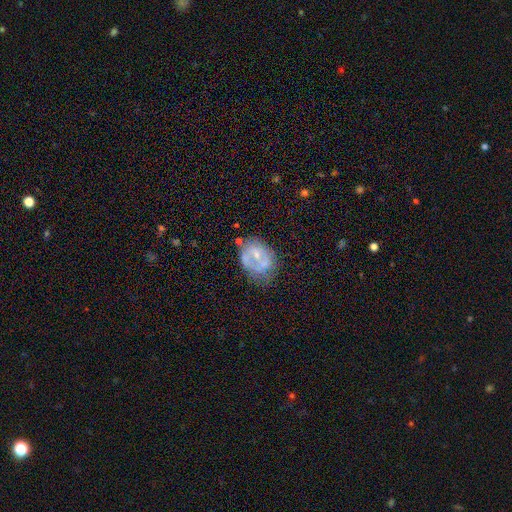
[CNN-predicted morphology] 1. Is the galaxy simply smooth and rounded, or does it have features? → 56% featured or disk, 36% smooth, 8% star or artifact.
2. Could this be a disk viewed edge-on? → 97% no, 3% yes.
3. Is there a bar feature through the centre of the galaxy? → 65% no, 27% weak, 8% strong.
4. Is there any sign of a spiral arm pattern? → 67% no, 33% yes.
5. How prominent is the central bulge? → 49% small, 38% moderate, 10% none, 2% large, 1% dominant.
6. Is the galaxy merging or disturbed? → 38% none, 30% minor disturbance, 22% major disturbance, 10% merger.